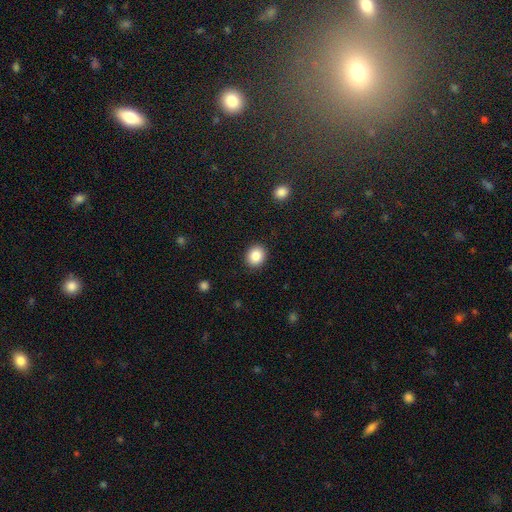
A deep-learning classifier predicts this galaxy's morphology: This appears to be a smooth galaxy with no disk features (86%) that is round (70%). Merging: none (91%).